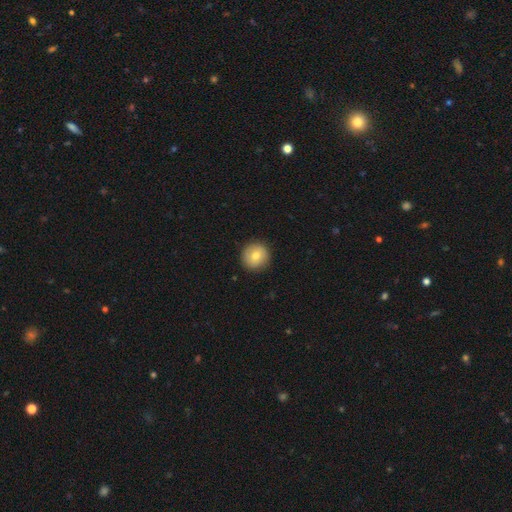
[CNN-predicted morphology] smooth-or-featured: smooth: 75% | featured or disk: 17% | star or artifact: 8%
  how-rounded: round: 94% | in between: 5% | cigar-shaped: 1%
  merging: none: 90% | minor disturbance: 7% | major disturbance: 2% | merger: 1%